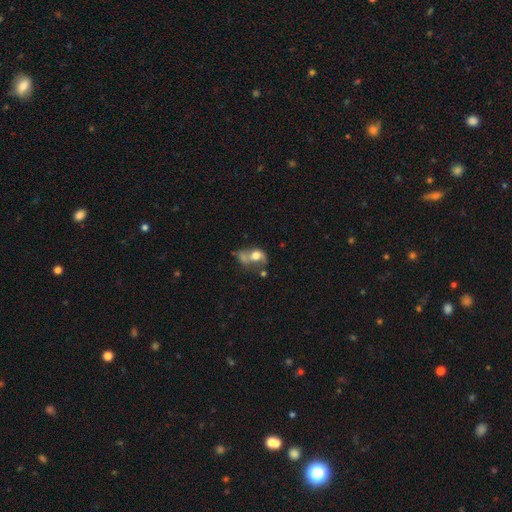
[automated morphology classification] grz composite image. It shows a smooth galaxy with no disk features (53%) that is in between round and cigar-shaped (62%). Merging: merger (37%).